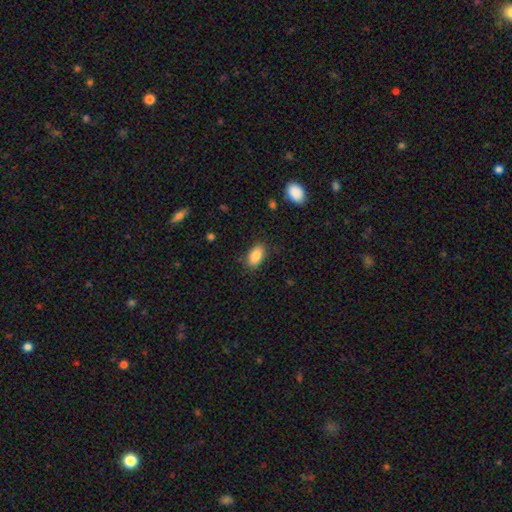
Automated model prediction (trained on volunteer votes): The model was most divided on "merging": none: 84%, minor disturbance: 12%, major disturbance: 3%, merger: 1%. More confident: how rounded — in between (91%); smooth or featured — smooth (87%).